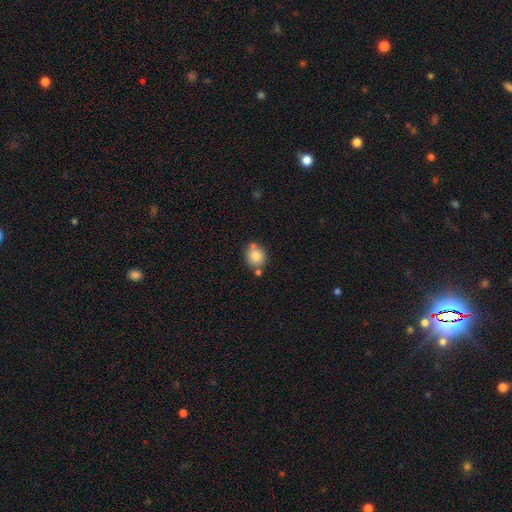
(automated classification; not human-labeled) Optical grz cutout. It shows a smooth galaxy with no disk features (83%) that is round (77%). Merging: none (67%).